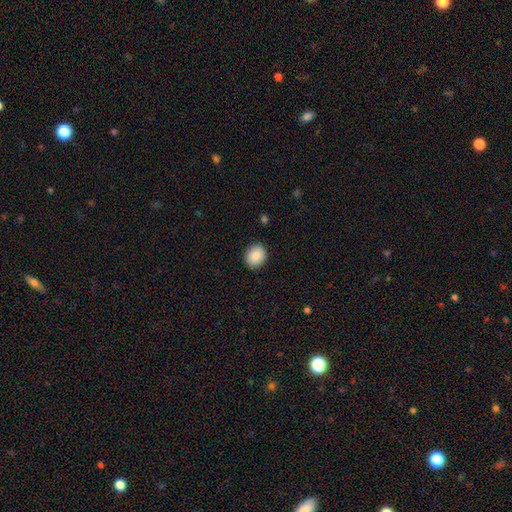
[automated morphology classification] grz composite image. It shows a smooth galaxy with no disk features (89%) that is round (61%). Merging: none (90%).